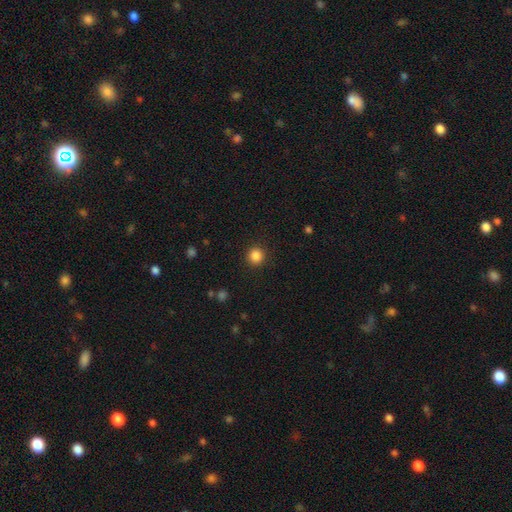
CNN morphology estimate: Overall: smooth (85%). How rounded: round (93%). Merging: none (92%).